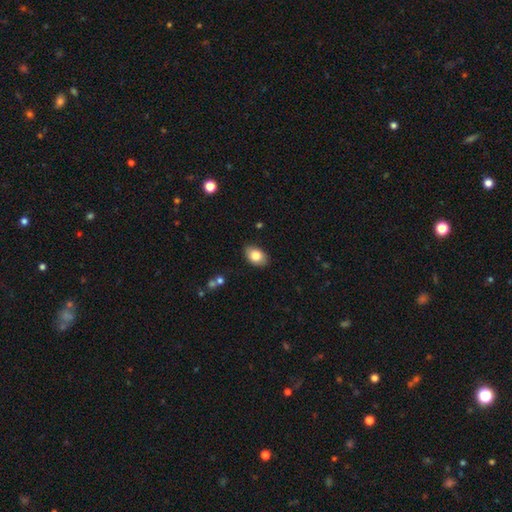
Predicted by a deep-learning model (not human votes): Smooth or featured?
  - smooth: 82% *
  - featured or disk: 10%
  - star or artifact: 8%
How rounded?
  - in between: 85% *
  - round: 14%
  - cigar-shaped: 1%
Merging?
  - none: 85% *
  - minor disturbance: 11%
  - major disturbance: 2%
  - merger: 1%